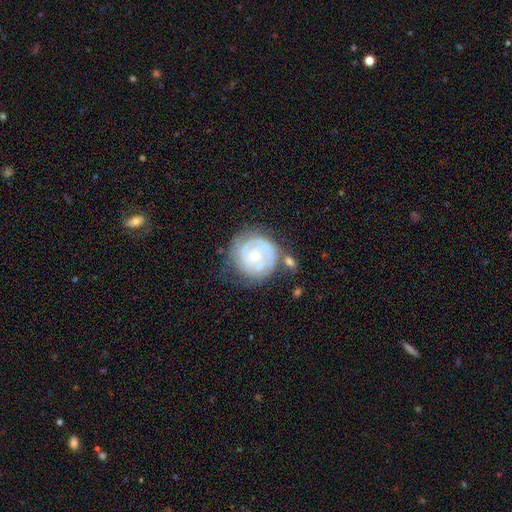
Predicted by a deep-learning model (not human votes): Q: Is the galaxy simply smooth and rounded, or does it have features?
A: featured or disk — 76%.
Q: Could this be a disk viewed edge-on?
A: no — 98%.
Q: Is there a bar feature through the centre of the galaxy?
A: no — 73%.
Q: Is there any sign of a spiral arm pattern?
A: yes — 89%.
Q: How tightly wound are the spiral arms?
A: tight — 76%.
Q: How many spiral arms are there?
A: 2 — 36%.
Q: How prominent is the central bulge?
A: small — 57%.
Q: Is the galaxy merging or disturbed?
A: none — 64%.